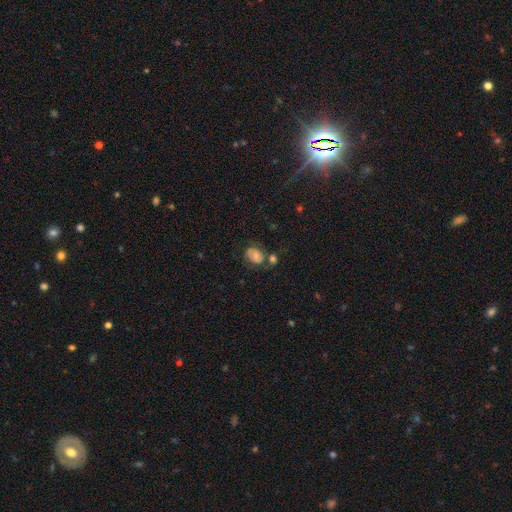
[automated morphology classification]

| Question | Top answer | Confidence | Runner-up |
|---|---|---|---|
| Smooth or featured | smooth | 56% | featured or disk (33%) |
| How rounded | in between | 52% | round (46%) |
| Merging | none | 56% | minor disturbance (19%) |